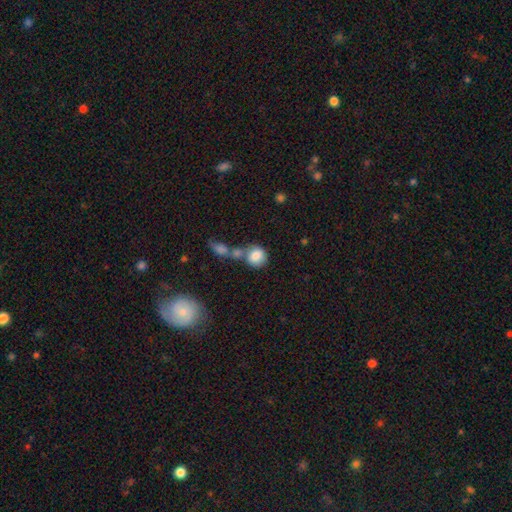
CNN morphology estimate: Overall: smooth (84%). How rounded: round (79%). Merging: none (41%, tied with merger).